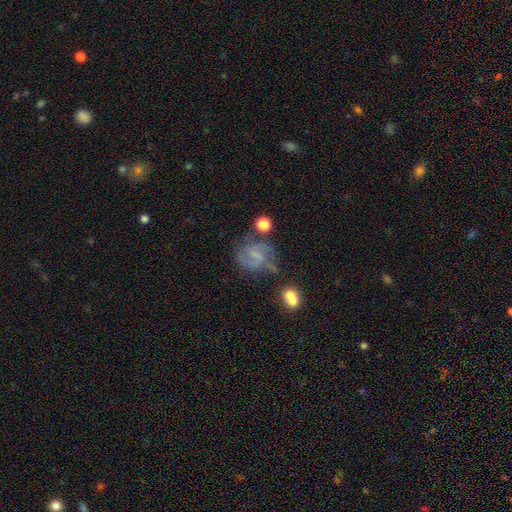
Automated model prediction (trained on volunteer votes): A featured or disk galaxy (66%) with a weak bar (49%), 2 (70%) medium (49%) spiral arms (87%) and no central bulge (48%). Merging: none (54%).